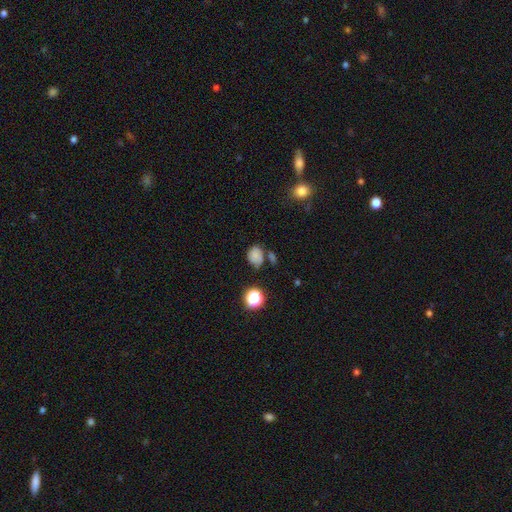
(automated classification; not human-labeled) smooth 75%, star or artifact 16%, featured or disk 8%. Down the decision tree: how rounded — in between (51%); merging — none (55%).